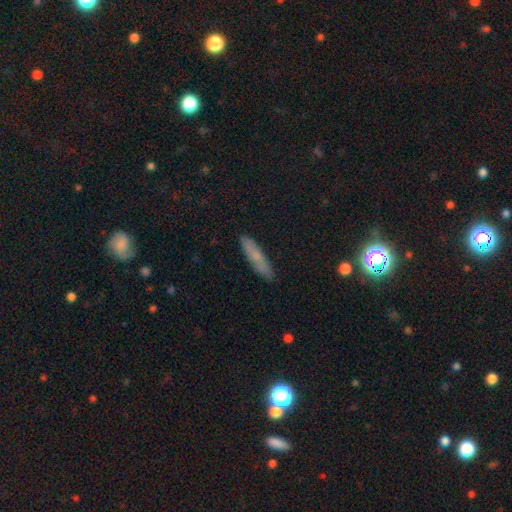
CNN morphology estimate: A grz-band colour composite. It shows a smooth galaxy with no disk features (63%) that is cigar-shaped (80%). Merging: none (85%).